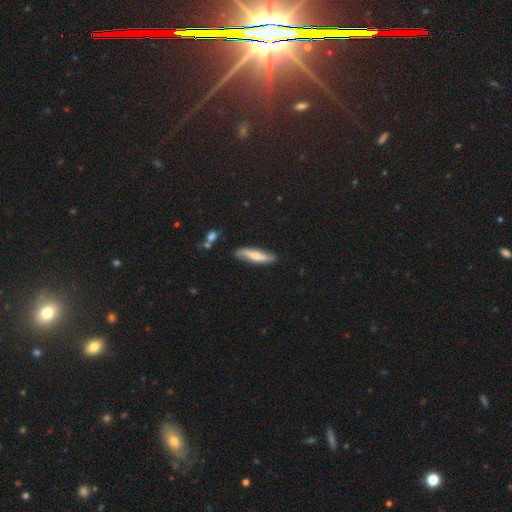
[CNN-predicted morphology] Overall: featured or disk (48%; smooth 47%). Merging: none (80%).